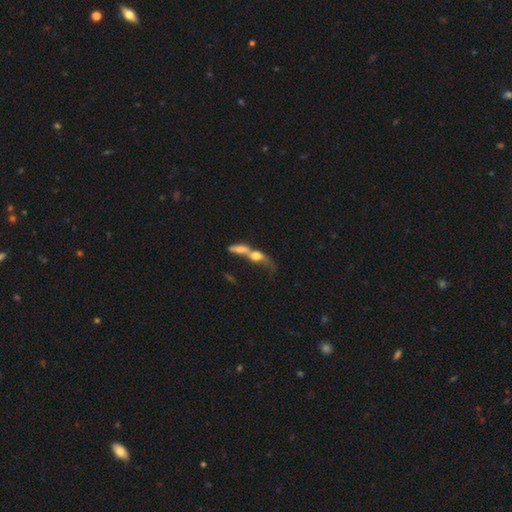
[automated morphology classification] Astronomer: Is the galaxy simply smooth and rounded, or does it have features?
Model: smooth — 54% (runner-up: featured or disk, 35%).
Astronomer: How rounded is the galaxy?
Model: in between — 52% (runner-up: cigar-shaped, 32%).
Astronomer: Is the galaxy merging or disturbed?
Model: merger — 74%.